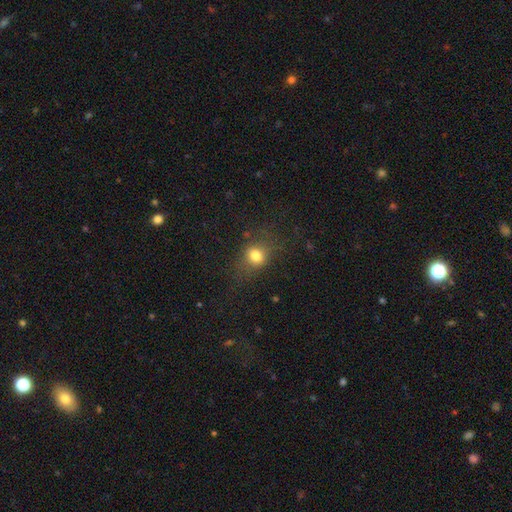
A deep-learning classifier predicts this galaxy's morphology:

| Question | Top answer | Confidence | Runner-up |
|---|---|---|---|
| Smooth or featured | smooth | 73% | star or artifact (16%) |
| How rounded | round | 61% | in between (37%) |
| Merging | none | 71% | minor disturbance (17%) |